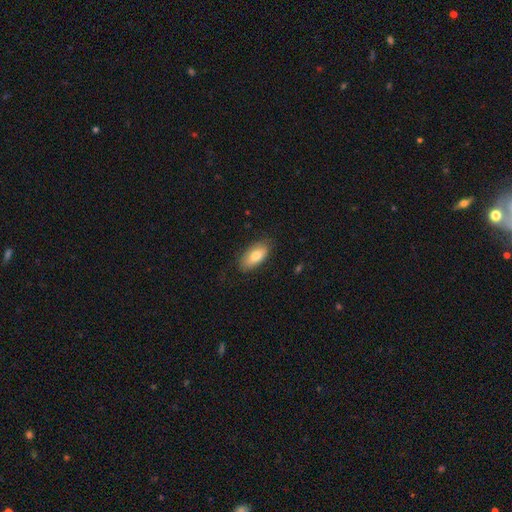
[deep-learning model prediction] Smooth or featured: smooth — 77% (featured or disk — 17%)
How rounded: in between — 88% (cigar-shaped — 9%)
Merging: none — 81% (minor disturbance — 15%)